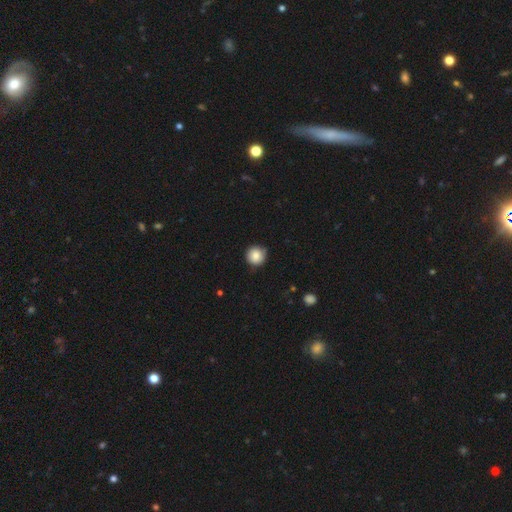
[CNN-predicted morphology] A smooth galaxy with no disk features (85%) that is round (95%). Merging: none (84%).